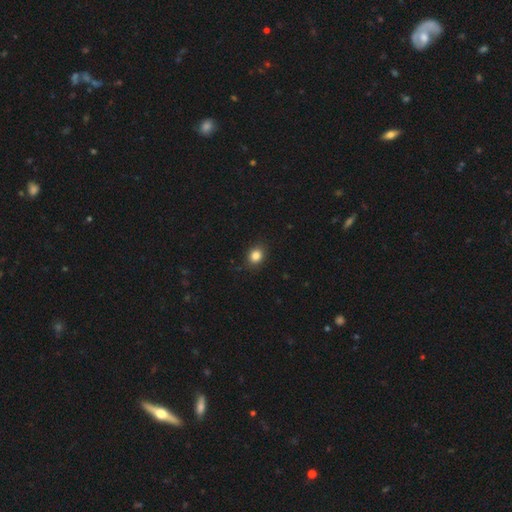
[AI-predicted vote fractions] Smooth or featured: smooth — 85% (star or artifact — 11%)
How rounded: round — 58% (in between — 41%)
Merging: none — 85% (minor disturbance — 11%)